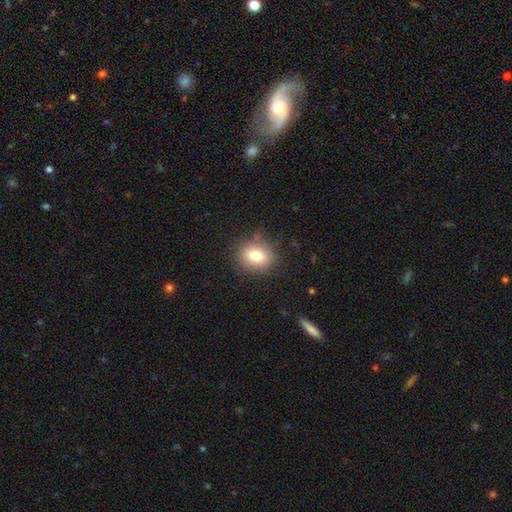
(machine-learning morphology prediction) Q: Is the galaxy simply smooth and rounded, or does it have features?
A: smooth — 78%.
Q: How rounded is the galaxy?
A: round — 62%.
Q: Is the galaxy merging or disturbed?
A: none — 82%.